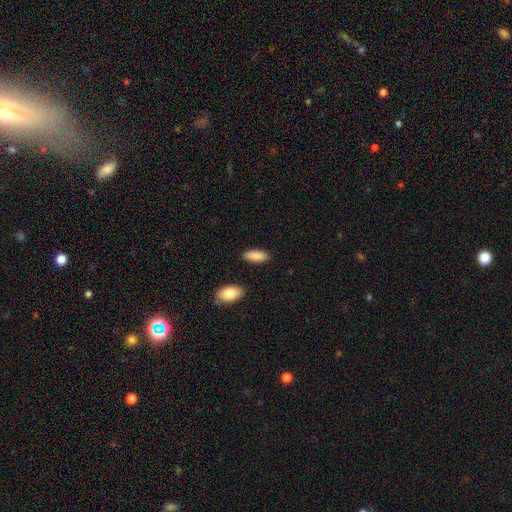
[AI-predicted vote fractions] A smooth galaxy with no disk features (89%) that is in between round and cigar-shaped (83%).

Vote fractions:
- Smooth or featured? smooth: 89% / star or artifact: 6% / featured or disk: 6%
- How rounded? in between: 83% / cigar-shaped: 15% / round: 2%
- Merging? none: 86% / minor disturbance: 10% / merger: 3% / major disturbance: 2%